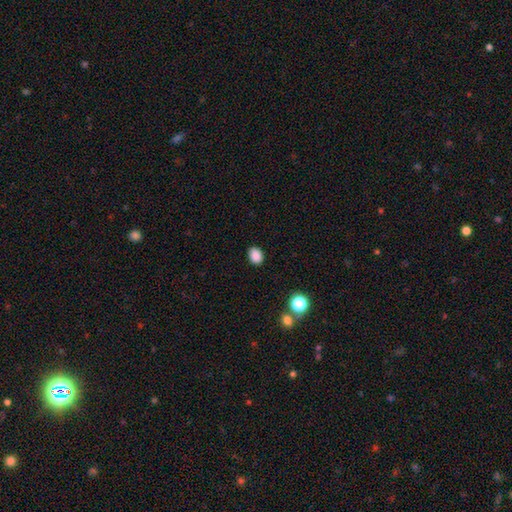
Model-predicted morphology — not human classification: Smooth or featured? Predicted: smooth (p=0.87). How rounded? Predicted: in between (p=0.67). Merging? Predicted: none (p=0.87).